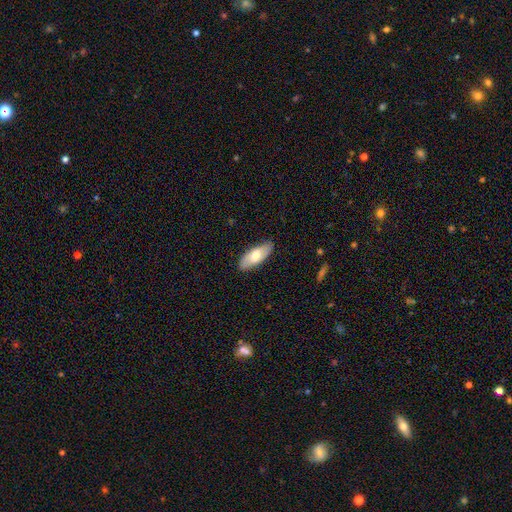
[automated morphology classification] smooth-or-featured: smooth: 63% | featured or disk: 31% | star or artifact: 6%
  how-rounded: in between: 80% | cigar-shaped: 17% | round: 2%
  merging: none: 85% | minor disturbance: 12% | major disturbance: 2% | merger: 1%